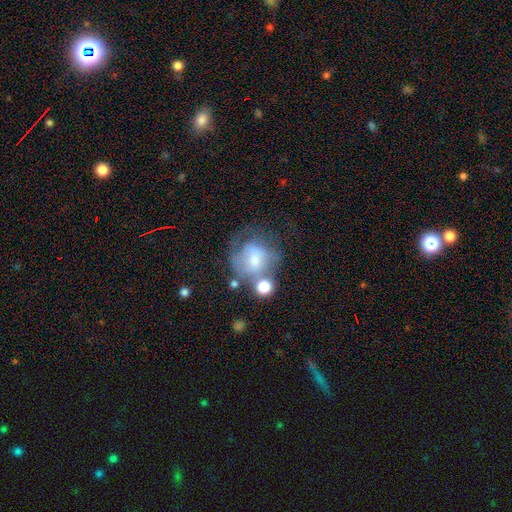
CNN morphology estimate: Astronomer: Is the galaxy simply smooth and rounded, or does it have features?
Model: featured or disk — 55% (runner-up: smooth, 30%).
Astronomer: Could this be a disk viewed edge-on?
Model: no — 96%.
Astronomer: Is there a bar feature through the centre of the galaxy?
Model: no — 61%.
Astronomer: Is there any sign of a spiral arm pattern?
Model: yes — 71%.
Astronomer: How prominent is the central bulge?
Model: moderate — 44% (runner-up: small, 40%).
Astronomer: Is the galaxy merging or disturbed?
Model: none — 51%.